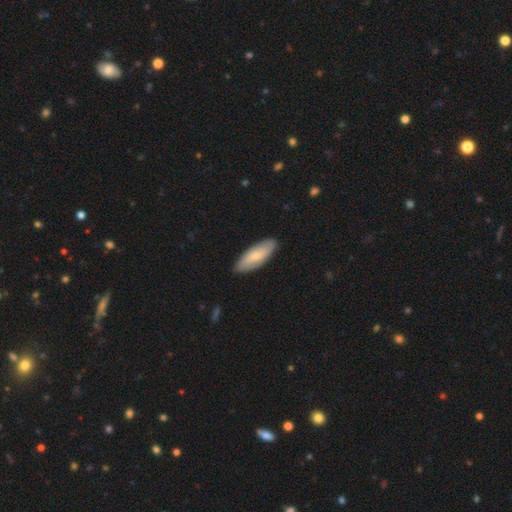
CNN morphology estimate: smooth-or-featured: smooth: 61% | featured or disk: 34% | star or artifact: 5%
  how-rounded: in between: 71% | cigar-shaped: 27% | round: 2%
  merging: none: 85% | minor disturbance: 11% | major disturbance: 2% | merger: 1%